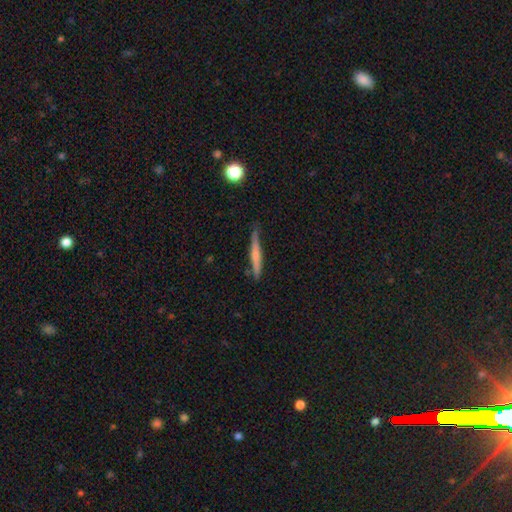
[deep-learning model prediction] smooth 55%, featured or disk 39%, star or artifact 6%. Down the decision tree: how rounded — cigar-shaped (95%); merging — none (80%).